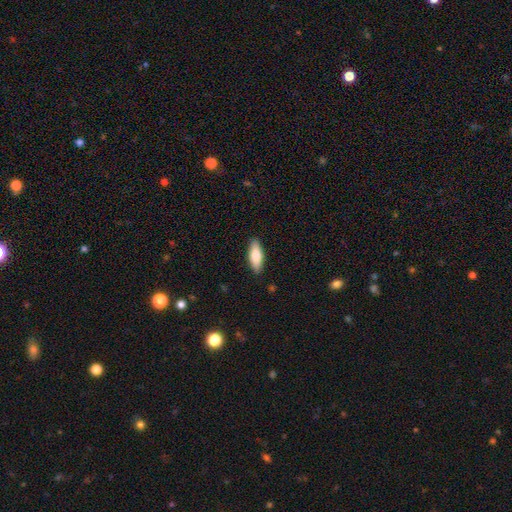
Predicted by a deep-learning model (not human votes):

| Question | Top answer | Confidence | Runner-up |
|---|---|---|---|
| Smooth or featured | smooth | 77% | featured or disk (17%) |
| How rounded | in between | 64% | cigar-shaped (34%) |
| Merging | none | 89% | minor disturbance (8%) |